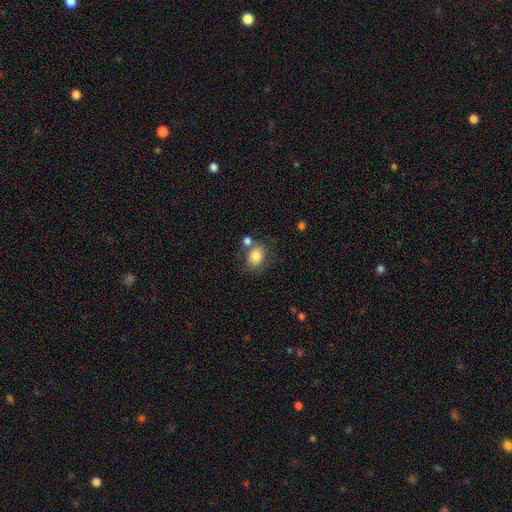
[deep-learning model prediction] Smooth or featured: smooth — 81% (featured or disk — 10%)
How rounded: in between — 59% (round — 40%)
Merging: none — 57% (merger — 19%)